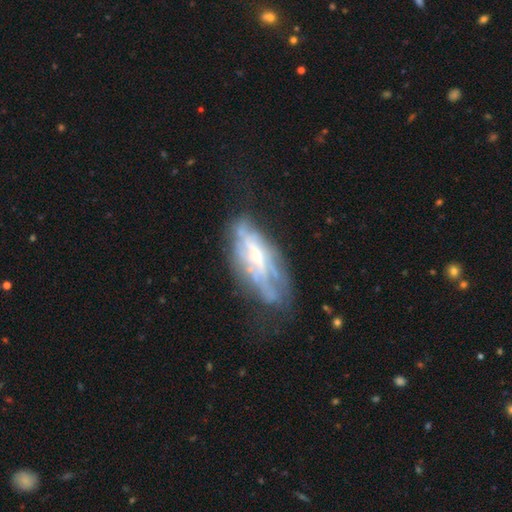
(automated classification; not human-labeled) smooth_or_featured: featured or disk (p=0.69) [alt: smooth p=0.22]
disk_edge_on: no (p=0.72) [alt: yes p=0.28]
bar: no (p=0.56) [alt: weak p=0.31]
has_spiral_arms: yes (p=0.50) [tied with: no p=0.50]
bulge_size: moderate (p=0.45) [alt: small p=0.41]
merging: none (p=0.45) [alt: minor disturbance p=0.27]